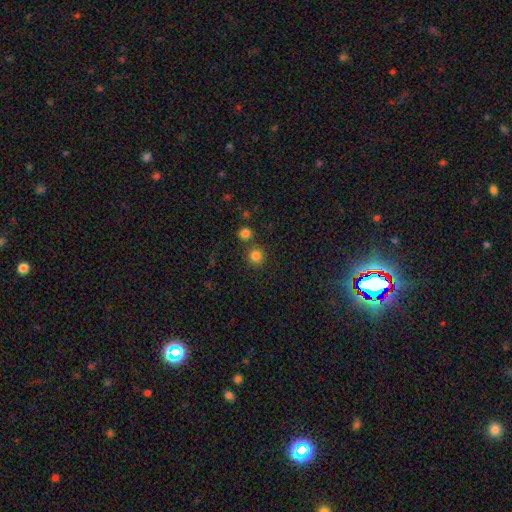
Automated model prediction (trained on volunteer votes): Smooth or featured? smooth (82%)
How rounded? round (92%)
Merging? none (78%)